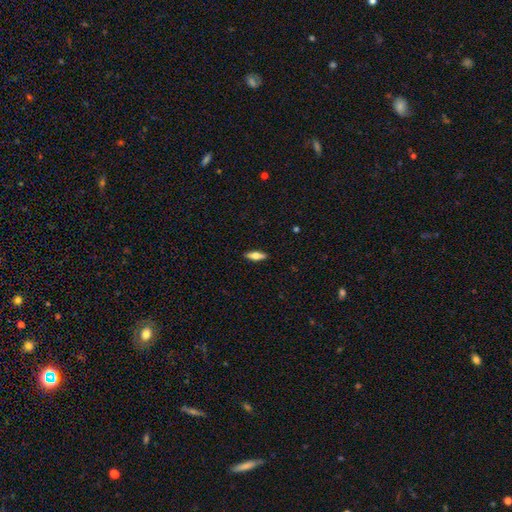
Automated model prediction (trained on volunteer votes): The model was most divided on "how rounded": in between: 51%, cigar-shaped: 46%, round: 3%. More confident: merging — none (90%); smooth or featured — smooth (57%).